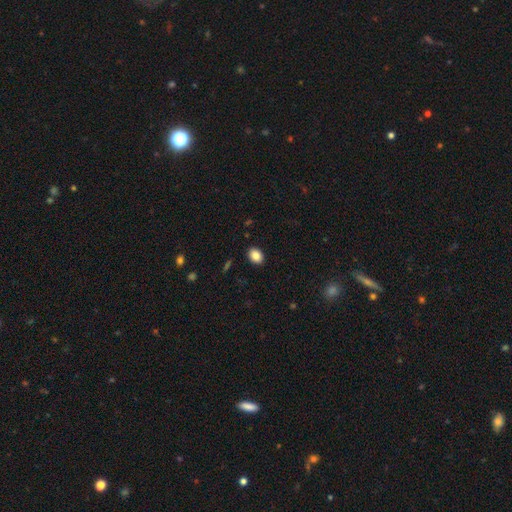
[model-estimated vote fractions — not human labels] Smooth or featured? Predicted: smooth (p=0.87). How rounded? Predicted: in between (p=0.76). Merging? Predicted: none (p=0.90).